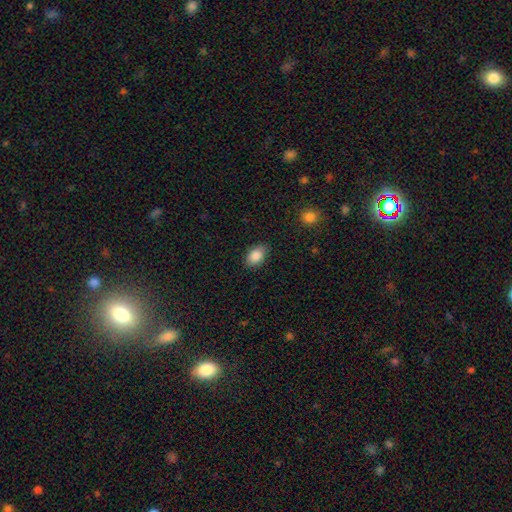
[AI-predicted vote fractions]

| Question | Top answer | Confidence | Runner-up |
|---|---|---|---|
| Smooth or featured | smooth | 87% | star or artifact (8%) |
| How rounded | in between | 87% | round (11%) |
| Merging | none | 85% | minor disturbance (11%) |